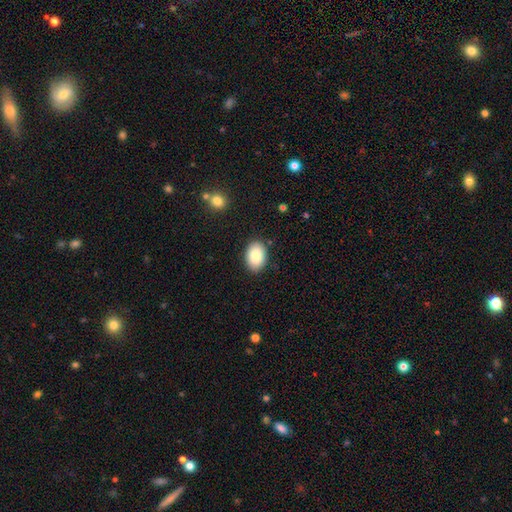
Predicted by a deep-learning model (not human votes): Overall: smooth (87%). How rounded: in between (85%). Merging: none (87%).